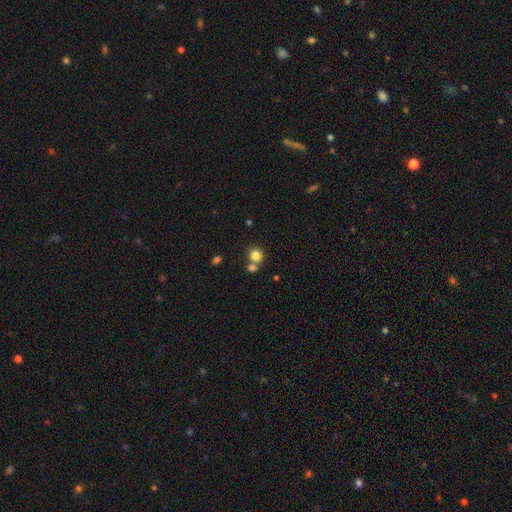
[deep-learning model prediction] Overall: smooth (82%). How rounded: round (80%). Merging: none (56%; merger 33%).